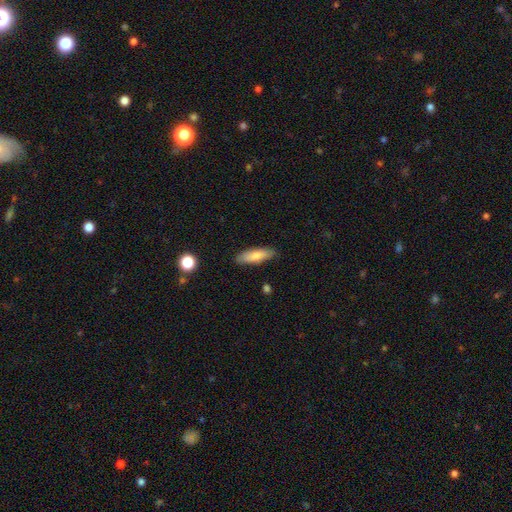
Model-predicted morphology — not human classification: type=smooth (78%); roundness=cigar-shaped (53%); merging=none (86%).